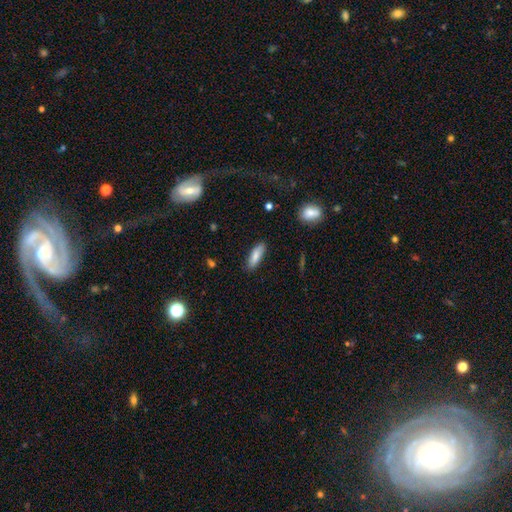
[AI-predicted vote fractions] This appears to be a smooth galaxy with no disk features (82%) that is in between round and cigar-shaped (55%). Merging: none (86%).